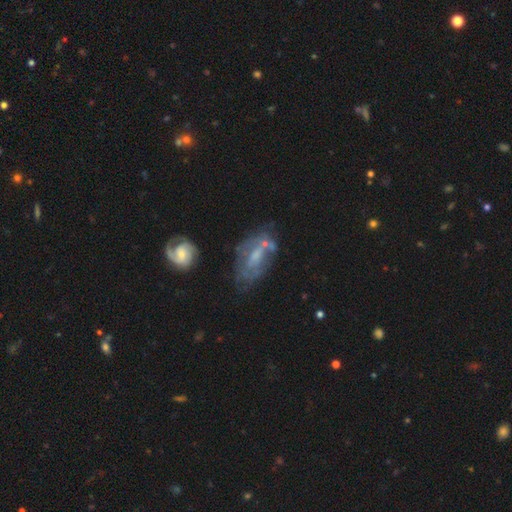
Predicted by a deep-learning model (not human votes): Smooth or featured?
  - featured or disk: 61% *
  - smooth: 29%
  - star or artifact: 11%
Edge-on disk?
  - no: 92% *
  - yes: 8%
Bar?
  - no: 52% *
  - weak: 37%
  - strong: 10%
Spiral arms?
  - no: 52% *
  - yes: 48%
Bulge size?
  - moderate: 37% *
  - small: 36%
  - none: 22%
  - large: 4%
  - dominant: 1%
Merging?
  - none: 43% *
  - minor disturbance: 23%
  - major disturbance: 20%
  - merger: 14%